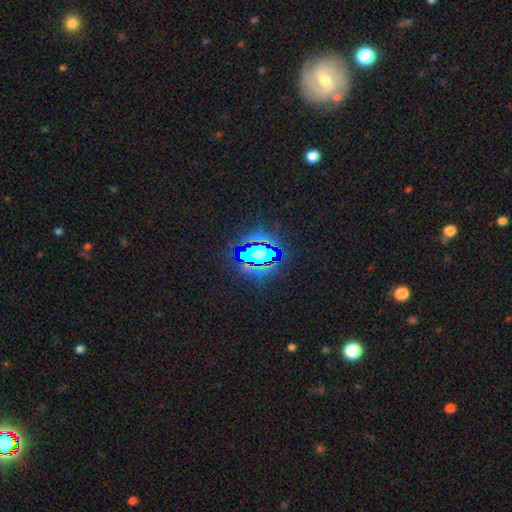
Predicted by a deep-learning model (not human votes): A star or artifact, not a galaxy (64%).